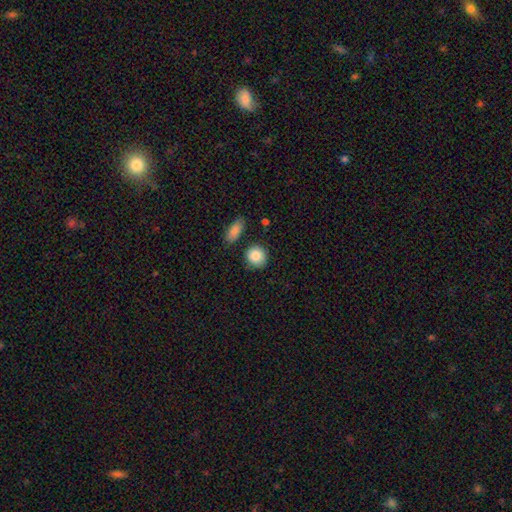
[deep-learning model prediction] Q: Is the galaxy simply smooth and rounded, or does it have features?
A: smooth — 88%.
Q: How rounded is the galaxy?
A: round — 85%.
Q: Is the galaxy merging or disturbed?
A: none — 81%.